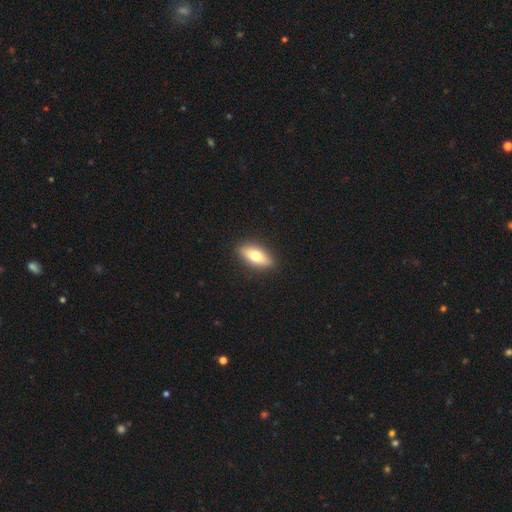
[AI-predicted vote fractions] This appears to be a smooth galaxy with no disk features (68%) that is in between round and cigar-shaped (76%). Merging: none (89%).